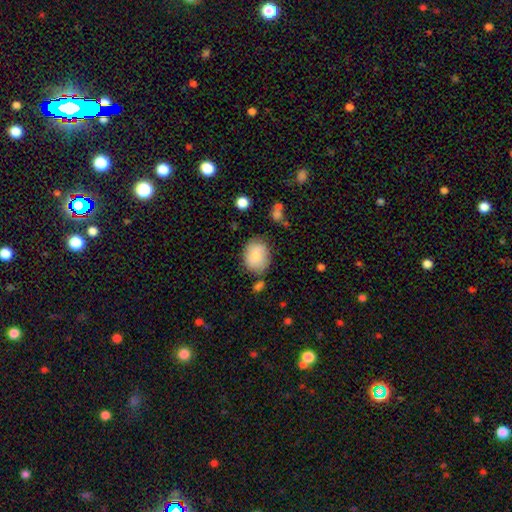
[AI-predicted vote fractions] smooth-or-featured: smooth: 76% | featured or disk: 16% | star or artifact: 7%
  how-rounded: round: 51% | in between: 49% | cigar-shaped: 1%
  merging: none: 71% | minor disturbance: 19% | merger: 6% | major disturbance: 5%